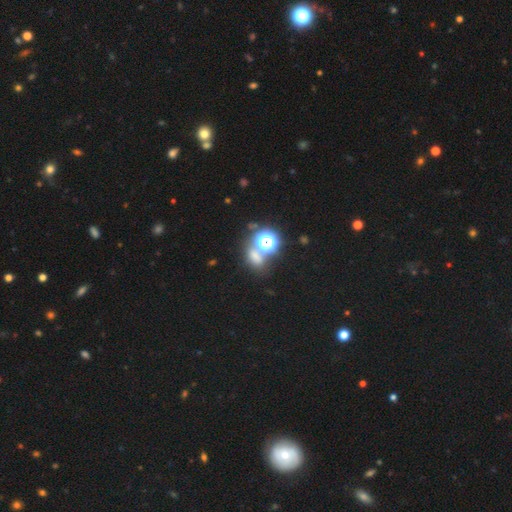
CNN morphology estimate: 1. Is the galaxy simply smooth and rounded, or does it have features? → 50% smooth, 40% star or artifact, 10% featured or disk.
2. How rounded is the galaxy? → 54% round, 43% in between, 3% cigar-shaped.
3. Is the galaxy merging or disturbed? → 58% none, 24% merger, 11% minor disturbance, 7% major disturbance.